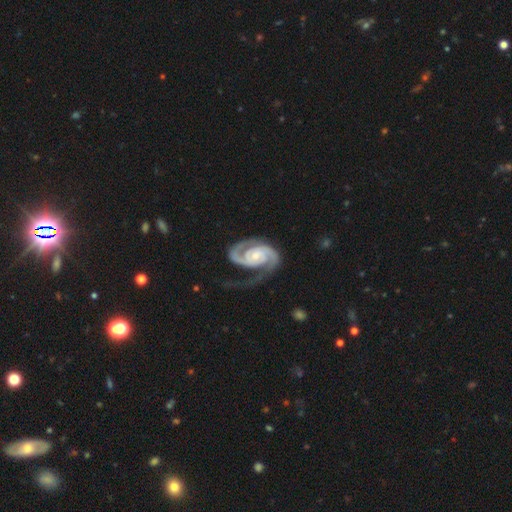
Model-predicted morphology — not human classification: smooth-or-featured: featured or disk: 92% | smooth: 4% | star or artifact: 4%
  disk-edge-on: no: 98% | yes: 2%
    bar: no: 57% | weak: 32% | strong: 12%
    has-spiral-arms: yes: 98% | no: 2%
      spiral-winding: medium: 46% | tight: 44% | loose: 11%
      spiral-arm-count: 2: 90% | 1: 4% | can't tell: 2% | 3: 2% | 4: 1% | more than 4: 1%
    bulge-size: small: 46% | moderate: 40% | none: 6% | large: 6% | dominant: 1%
  merging: none: 56% | major disturbance: 21% | minor disturbance: 21% | merger: 2%